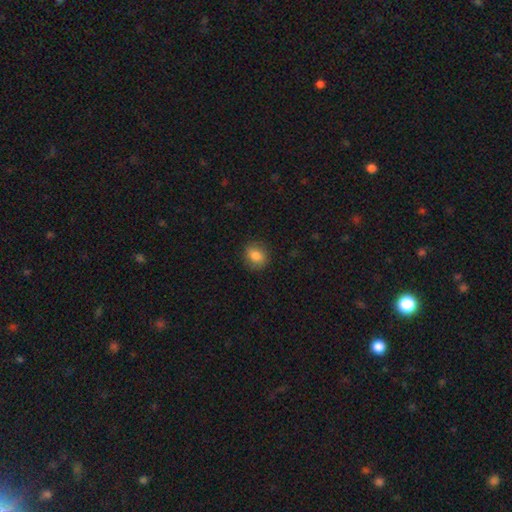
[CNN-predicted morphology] Smooth or featured?
  - smooth: 84% *
  - star or artifact: 9%
  - featured or disk: 7%
How rounded?
  - round: 57% *
  - in between: 41%
  - cigar-shaped: 1%
Merging?
  - none: 86% *
  - minor disturbance: 10%
  - major disturbance: 3%
  - merger: 1%